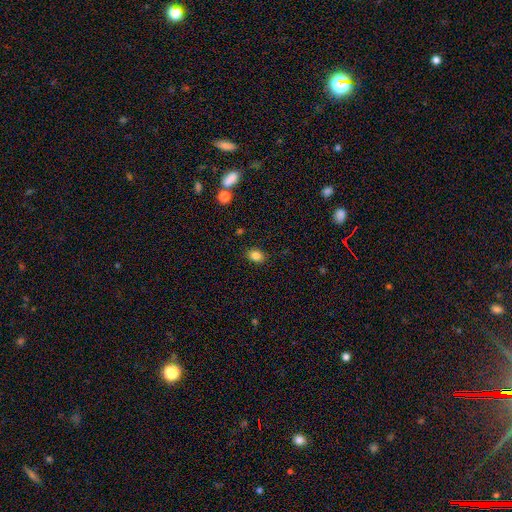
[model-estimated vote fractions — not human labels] This is clearly a smooth galaxy (84%). How rounded: likely in between (67%). Merging: clearly none (87%).